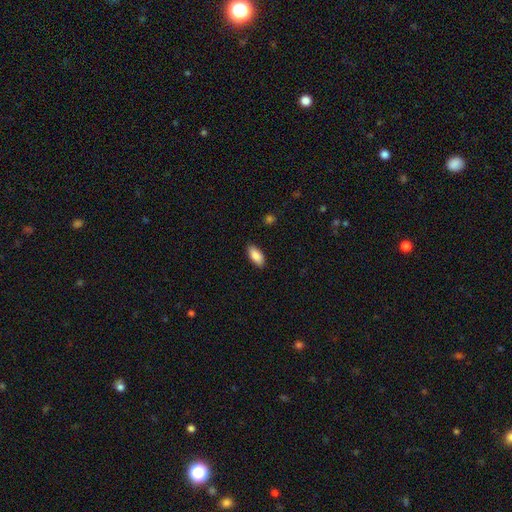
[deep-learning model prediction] smooth 86%, featured or disk 8%, star or artifact 6%. Down the decision tree: how rounded — in between (88%); merging — none (88%).